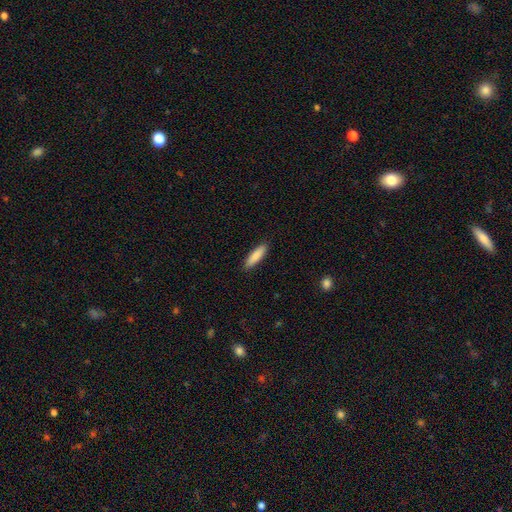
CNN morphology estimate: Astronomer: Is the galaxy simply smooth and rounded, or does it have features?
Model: smooth — 85%.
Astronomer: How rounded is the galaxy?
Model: cigar-shaped — 68%.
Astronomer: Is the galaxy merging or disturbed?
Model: none — 89%.